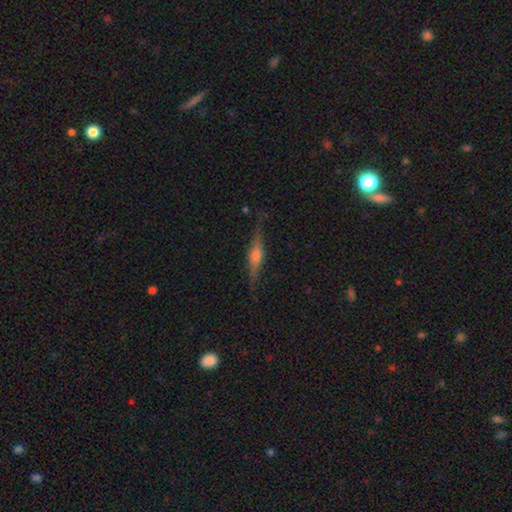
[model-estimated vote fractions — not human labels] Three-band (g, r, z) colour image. It shows a featured or disk galaxy (75%) viewed edge-on (97%) with a rounded central bulge (84%). Merging: none (84%).